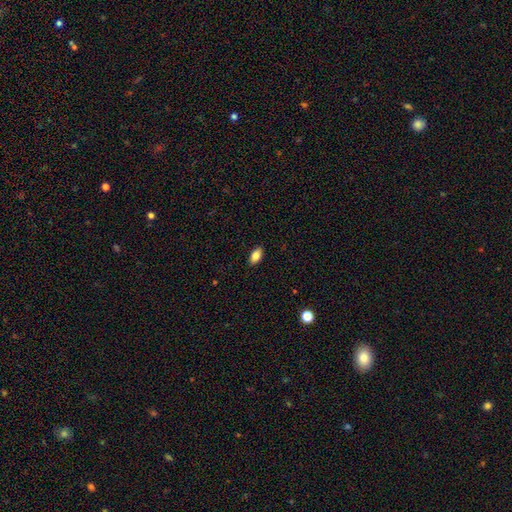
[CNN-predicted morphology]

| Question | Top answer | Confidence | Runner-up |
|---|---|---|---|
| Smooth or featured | smooth | 83% | featured or disk (9%) |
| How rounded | in between | 91% | round (5%) |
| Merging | none | 89% | minor disturbance (8%) |